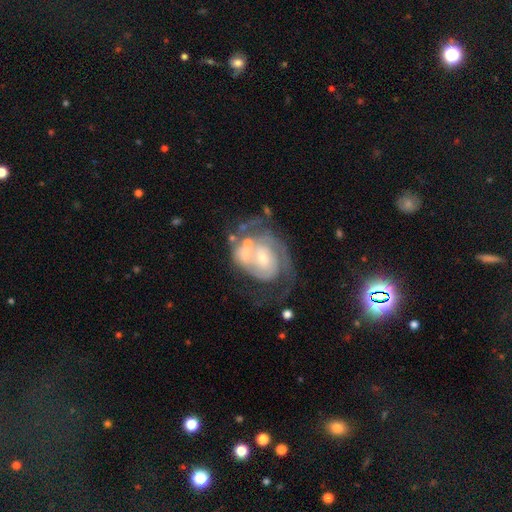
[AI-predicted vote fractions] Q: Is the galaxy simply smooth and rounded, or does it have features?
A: featured or disk — 84%.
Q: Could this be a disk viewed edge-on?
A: no — 98%.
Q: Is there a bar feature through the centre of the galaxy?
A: no — 64%.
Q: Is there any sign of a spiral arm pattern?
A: yes — 90%.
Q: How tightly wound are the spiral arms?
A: tight — 54%.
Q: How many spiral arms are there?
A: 2 — 43%.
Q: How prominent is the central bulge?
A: small — 59%.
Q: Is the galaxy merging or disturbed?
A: none — 38%.